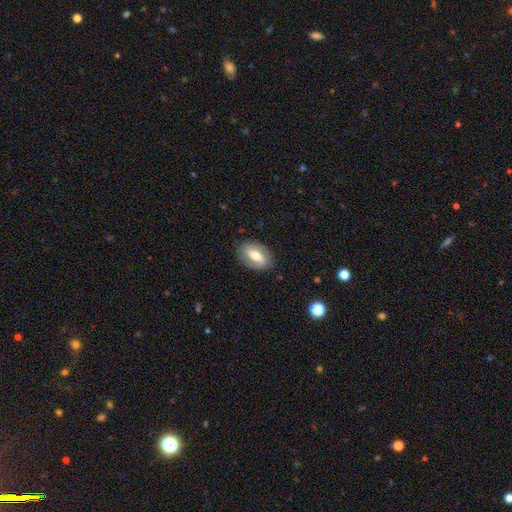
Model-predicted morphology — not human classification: This is possibly a smooth galaxy (50%). Merging: clearly none (84%).